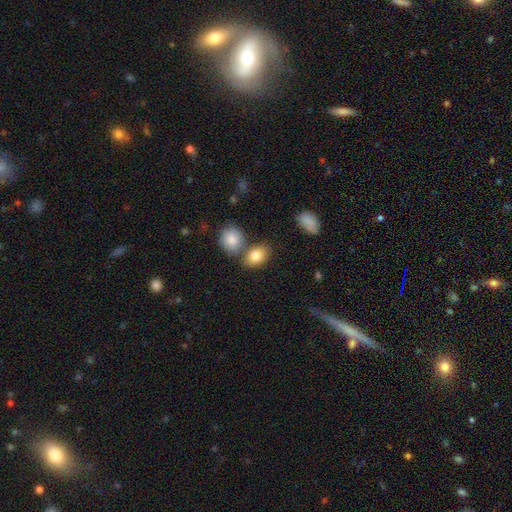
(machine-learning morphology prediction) Smooth or featured?
  - smooth: 83% *
  - featured or disk: 9%
  - star or artifact: 8%
How rounded?
  - in between: 80% *
  - round: 19%
  - cigar-shaped: 2%
Merging?
  - none: 57% *
  - merger: 28%
  - minor disturbance: 12%
  - major disturbance: 4%